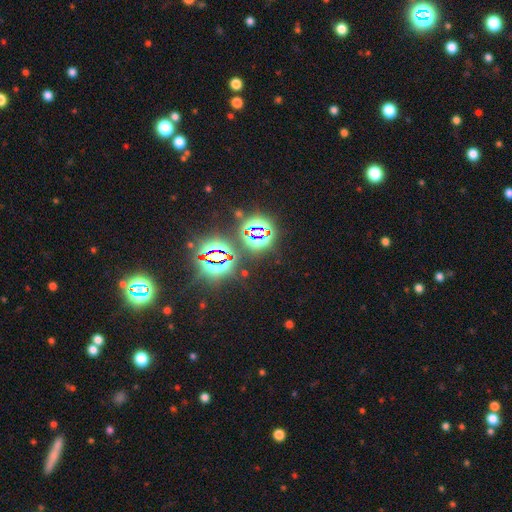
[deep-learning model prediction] star or artifact 82%, smooth 11%, featured or disk 7%.